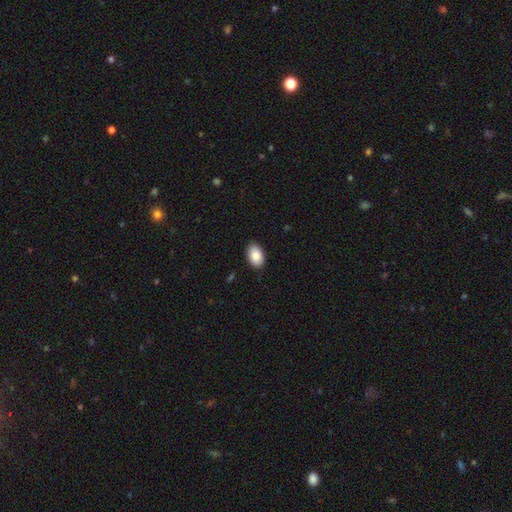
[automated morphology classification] Overall: smooth (88%). How rounded: in between (91%). Merging: none (88%).